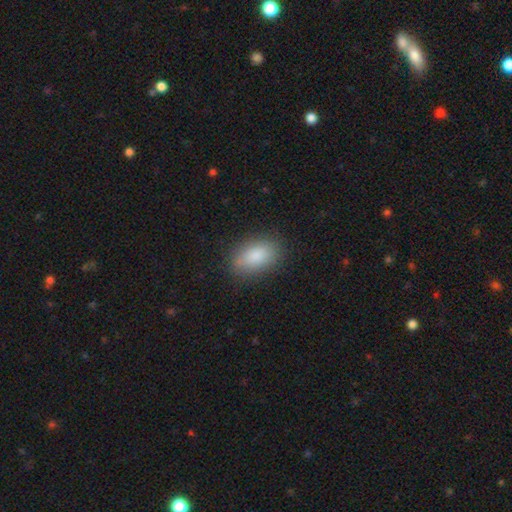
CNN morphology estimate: This is clearly a smooth galaxy (86%). How rounded: clearly in between (90%). Merging: clearly none (84%).